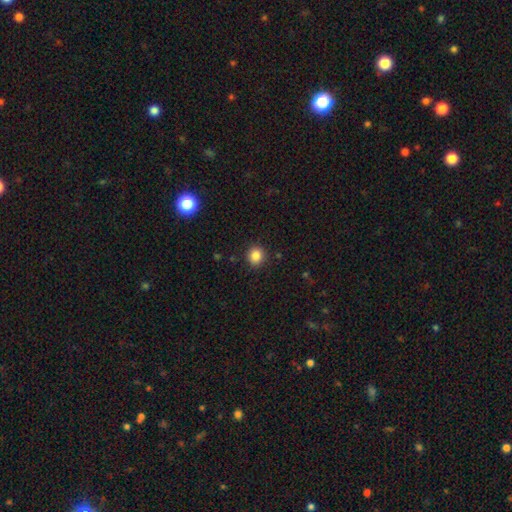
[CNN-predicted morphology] type=smooth (85%); roundness=round (84%); merging=none (90%).